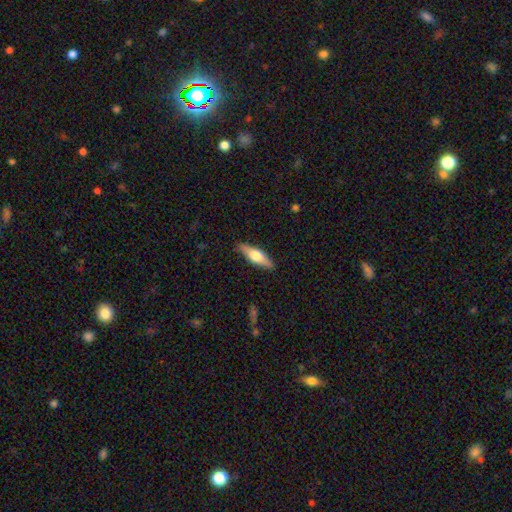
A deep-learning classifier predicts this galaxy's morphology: smooth_or_featured: smooth (p=0.52) [alt: featured or disk p=0.43]
how_rounded: cigar-shaped (p=0.54) [alt: in between p=0.44]
merging: none (p=0.87) [alt: minor disturbance p=0.10]